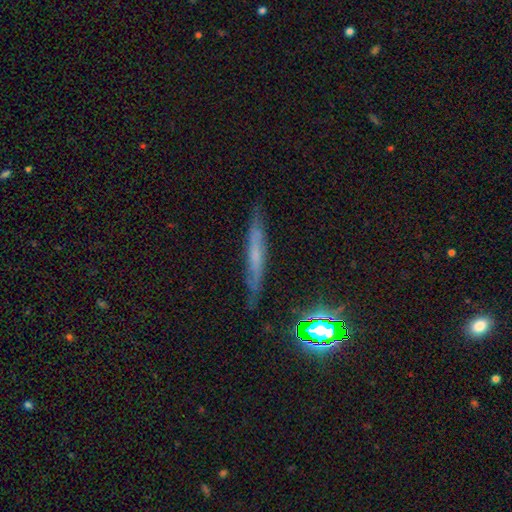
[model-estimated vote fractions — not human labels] smooth-or-featured: featured or disk: 49% | smooth: 39% | star or artifact: 12%
  merging: none: 76% | minor disturbance: 18% | major disturbance: 4% | merger: 2%